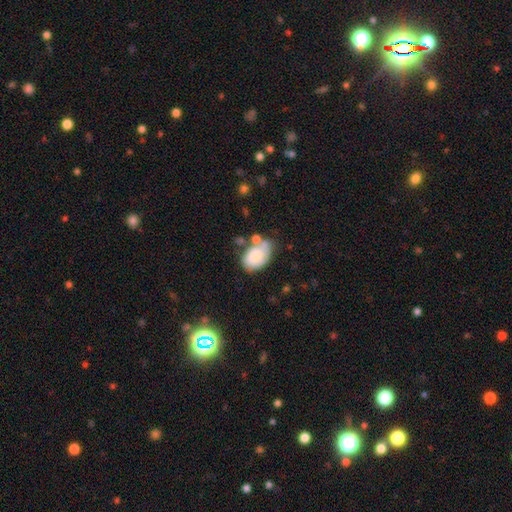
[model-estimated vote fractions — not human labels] A smooth galaxy with no disk features (76%) that is in between round and cigar-shaped (87%).

Vote fractions:
- Smooth or featured? smooth: 76% / featured or disk: 16% / star or artifact: 8%
- How rounded? in between: 87% / round: 11% / cigar-shaped: 1%
- Merging? none: 40% / minor disturbance: 28% / merger: 20% / major disturbance: 12%